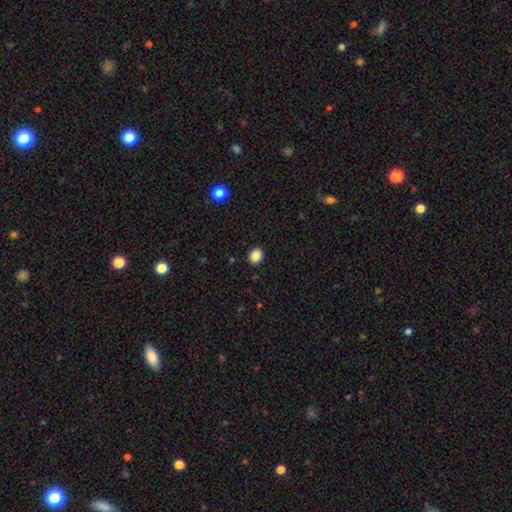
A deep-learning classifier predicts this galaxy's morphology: Q: Smooth or featured?
A: smooth (87%); runner-up: star or artifact (10%)
Q: How rounded?
A: round (53%); runner-up: in between (46%)
Q: Merging?
A: none (91%); runner-up: minor disturbance (6%)